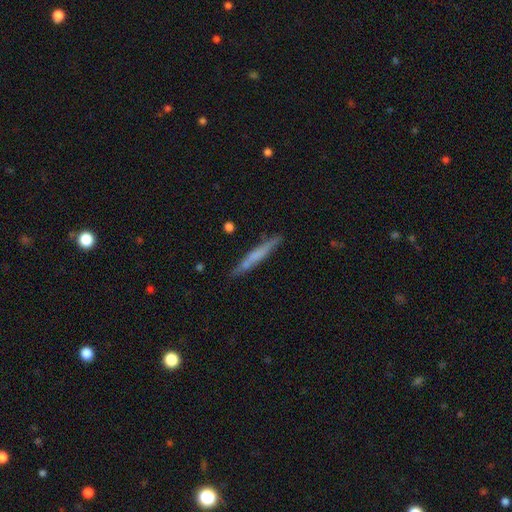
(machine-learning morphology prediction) Smooth or featured? Predicted: smooth (p=0.52). How rounded? Predicted: cigar-shaped (p=0.96). Merging? Predicted: none (p=0.86).